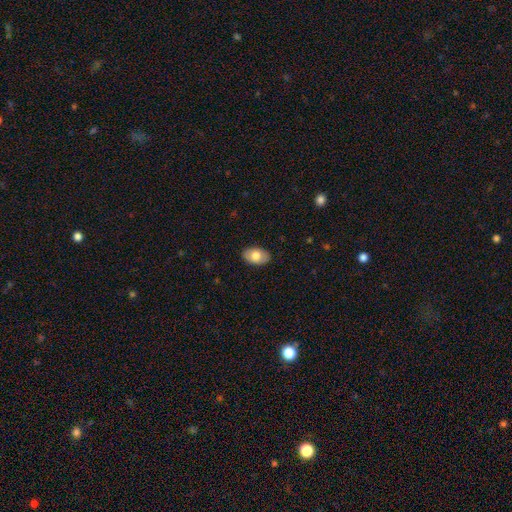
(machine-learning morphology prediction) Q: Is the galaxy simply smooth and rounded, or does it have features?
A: smooth — 76%.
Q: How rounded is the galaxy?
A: in between — 91%.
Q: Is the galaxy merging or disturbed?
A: none — 88%.